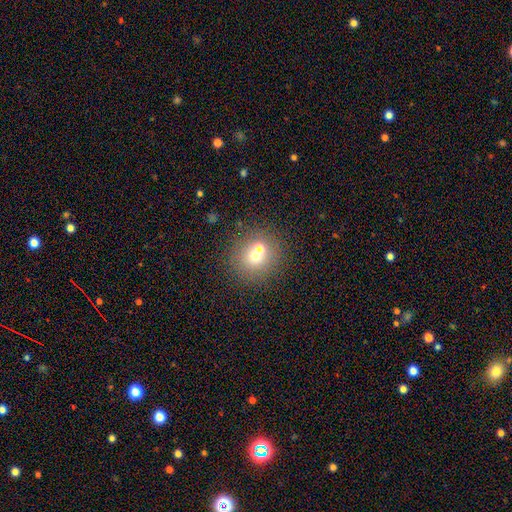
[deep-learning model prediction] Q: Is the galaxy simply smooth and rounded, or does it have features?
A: smooth — 66%.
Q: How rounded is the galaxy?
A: round — 88%.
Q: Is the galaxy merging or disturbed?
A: none — 50%.